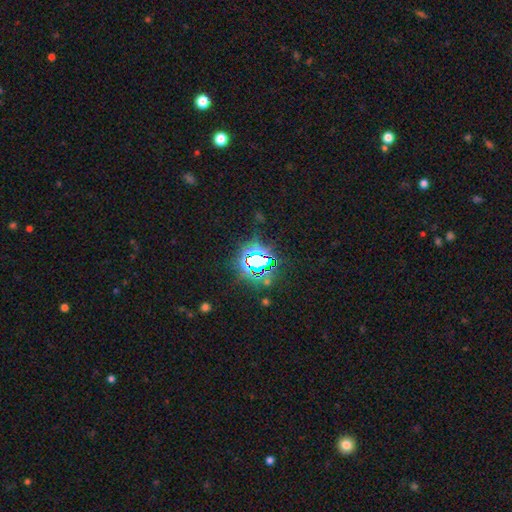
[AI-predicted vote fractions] Overall: star or artifact (77%).